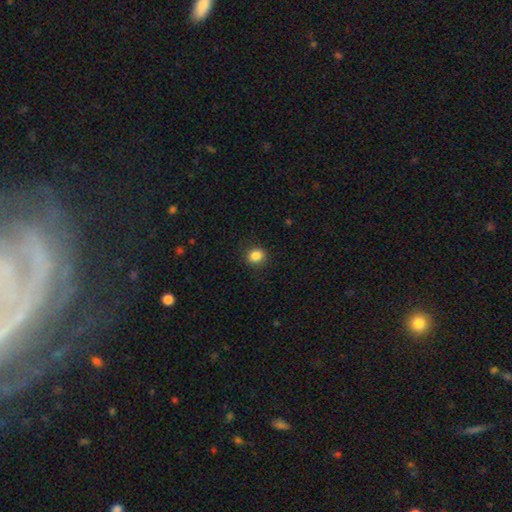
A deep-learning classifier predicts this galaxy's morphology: The model was most divided on "how rounded": round: 78%, in between: 21%, cigar-shaped: 1%. More confident: merging — none (89%); smooth or featured — smooth (85%).